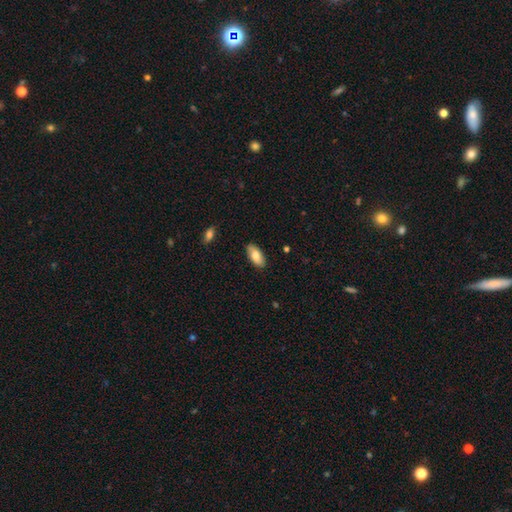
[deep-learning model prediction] This appears to be a smooth galaxy with no disk features (79%) that is in between round and cigar-shaped (92%). Merging: none (85%).